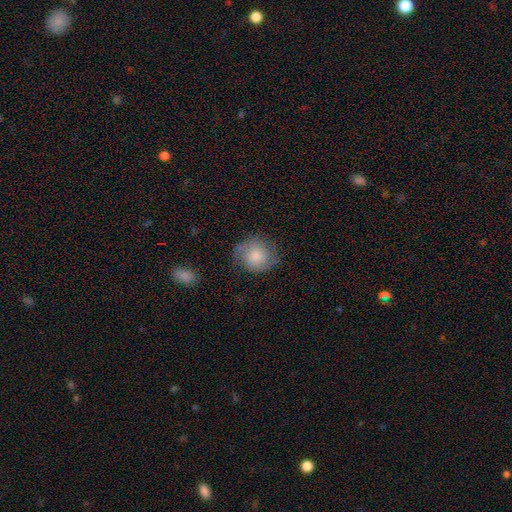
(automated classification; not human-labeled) This is possibly a smooth galaxy (57%). How rounded: clearly round (85%). Merging: likely none (65%).